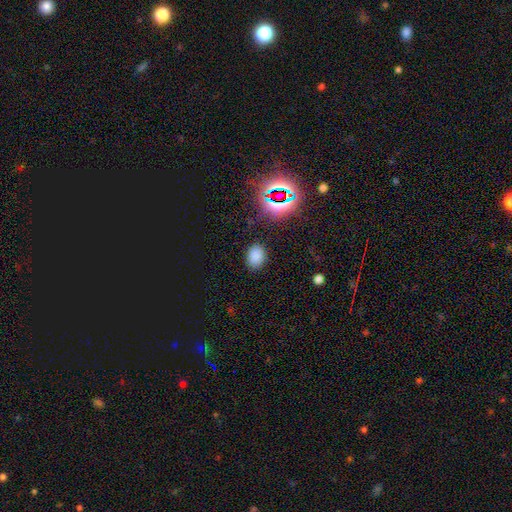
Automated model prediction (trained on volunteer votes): smooth_or_featured: smooth (p=0.77) [alt: star or artifact p=0.18]
how_rounded: in between (p=0.70) [alt: round p=0.28]
merging: none (p=0.83) [alt: minor disturbance p=0.11]